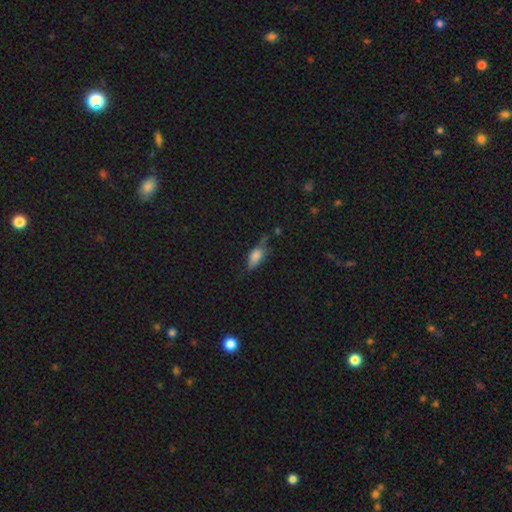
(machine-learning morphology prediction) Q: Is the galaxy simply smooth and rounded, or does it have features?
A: smooth — 69%.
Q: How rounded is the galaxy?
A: in between — 81%.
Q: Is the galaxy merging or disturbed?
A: none — 49%.